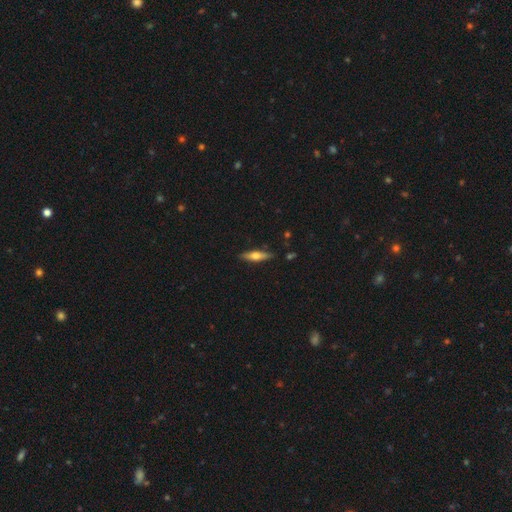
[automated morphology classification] smooth_or_featured: smooth (p=0.47) [alt: featured or disk p=0.46]
merging: none (p=0.86) [alt: minor disturbance p=0.10]